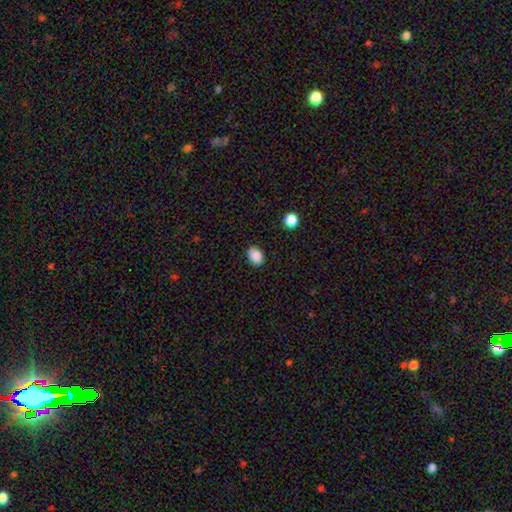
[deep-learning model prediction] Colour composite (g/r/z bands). It shows a smooth galaxy with no disk features (89%) that is in between round and cigar-shaped (79%). Merging: none (88%).